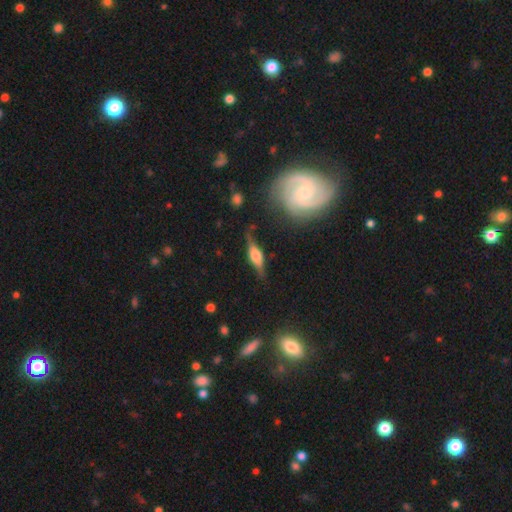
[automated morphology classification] The model was most divided on "smooth or featured": featured or disk: 64%, smooth: 29%, star or artifact: 7%. More confident: edge-on disk — yes (89%); edge-on bulge — rounded (81%); merging — none (71%).